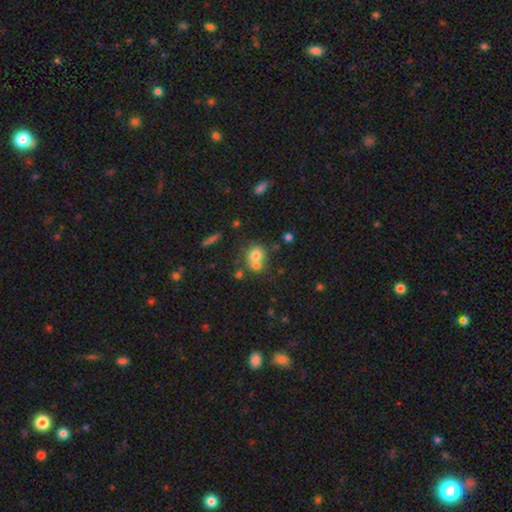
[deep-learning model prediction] Smooth or featured? smooth (72%)
How rounded? round (78%)
Merging? merger (45%)